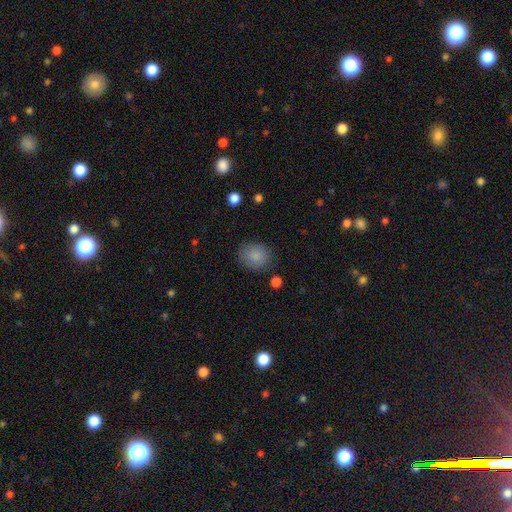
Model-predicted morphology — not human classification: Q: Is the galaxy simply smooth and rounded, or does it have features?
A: smooth — 86%.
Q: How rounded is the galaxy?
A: round — 69%.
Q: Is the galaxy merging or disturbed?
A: none — 82%.